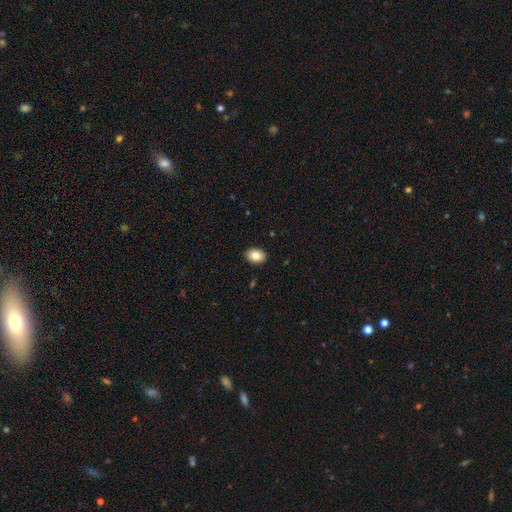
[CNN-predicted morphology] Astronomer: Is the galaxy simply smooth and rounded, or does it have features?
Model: smooth — 84%.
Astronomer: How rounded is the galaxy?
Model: in between — 78%.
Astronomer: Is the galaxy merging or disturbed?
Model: none — 91%.